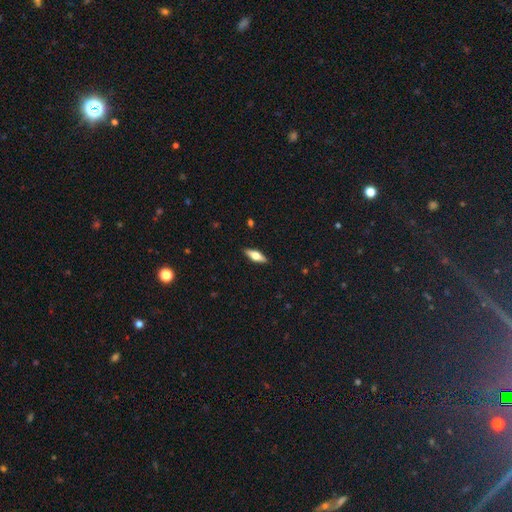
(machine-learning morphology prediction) Smooth or featured: featured or disk — 50% (smooth — 43%)
Edge-on disk: yes — 93% (no — 7%)
Merging: none — 89% (minor disturbance — 8%)